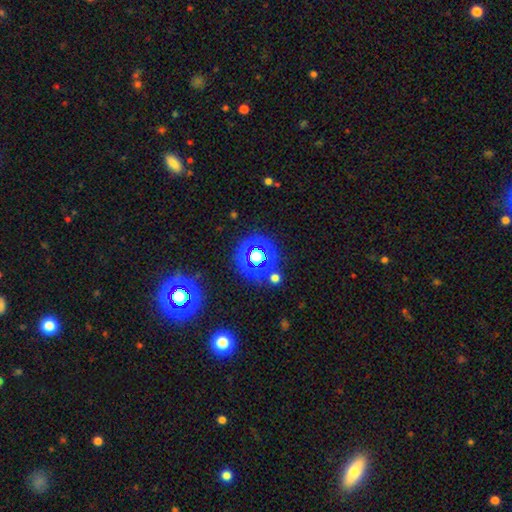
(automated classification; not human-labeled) smooth_or_featured: star or artifact (p=0.65) [alt: smooth p=0.23]